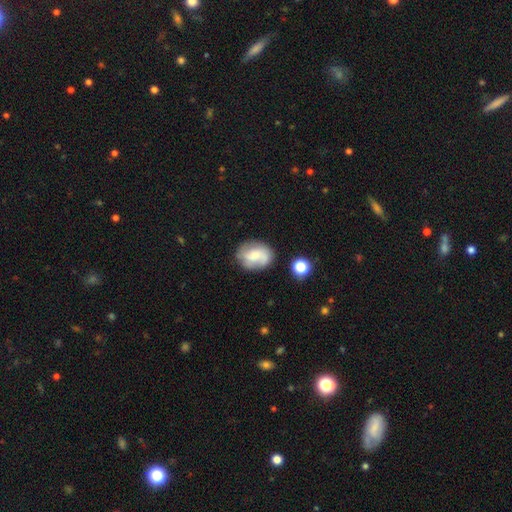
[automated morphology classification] Q: Smooth or featured?
A: smooth (47%); runner-up: featured or disk (44%)
Q: Merging?
A: none (65%); runner-up: minor disturbance (21%)